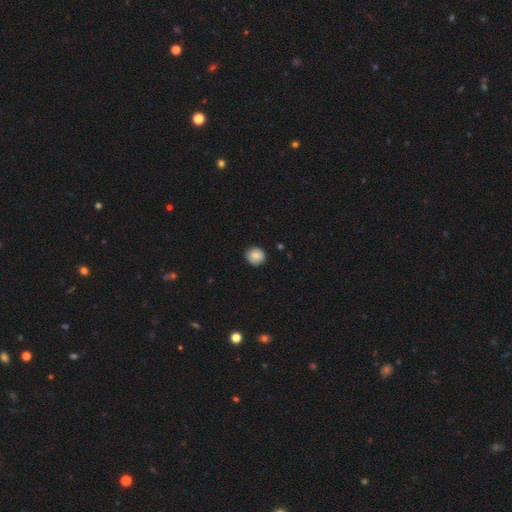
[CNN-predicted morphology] This is clearly a smooth galaxy (84%). How rounded: clearly round (89%). Merging: clearly none (87%).